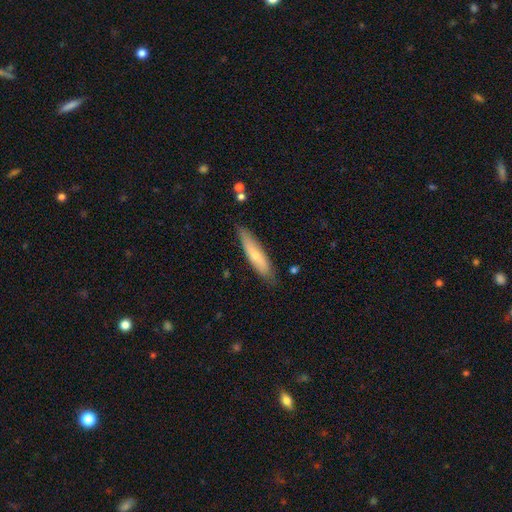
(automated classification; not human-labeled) Smooth or featured? Predicted: smooth (p=0.63). How rounded? Predicted: cigar-shaped (p=0.77). Merging? Predicted: none (p=0.79).